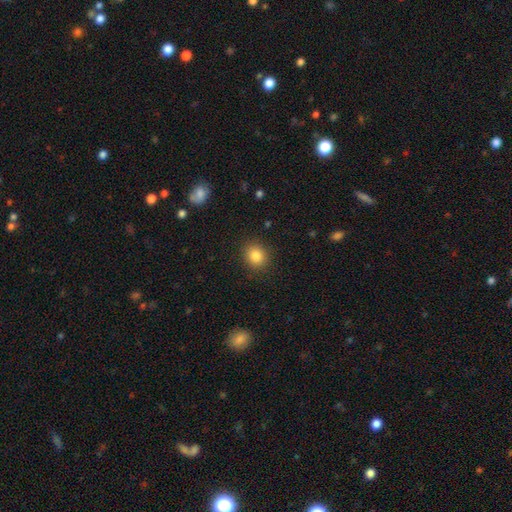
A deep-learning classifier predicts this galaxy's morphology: The model was most divided on "how rounded": round: 73%, in between: 26%, cigar-shaped: 1%. More confident: merging — none (89%); smooth or featured — smooth (85%).